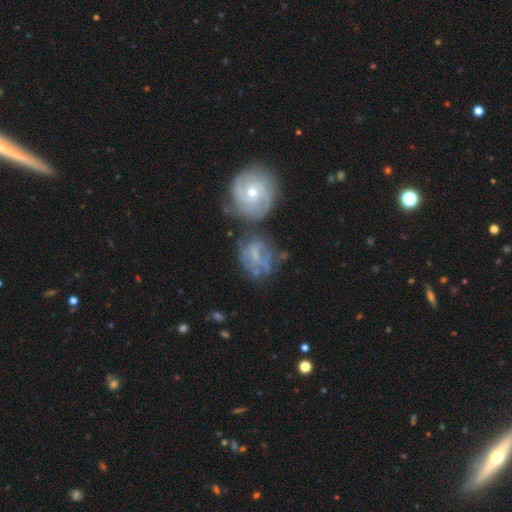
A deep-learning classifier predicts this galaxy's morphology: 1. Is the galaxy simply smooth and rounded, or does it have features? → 69% featured or disk, 21% smooth, 10% star or artifact.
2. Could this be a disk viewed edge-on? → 97% no, 3% yes.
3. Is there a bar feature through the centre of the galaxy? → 50% no, 36% weak, 13% strong.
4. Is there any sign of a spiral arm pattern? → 70% yes, 30% no.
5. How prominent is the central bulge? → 40% small, 31% moderate, 24% none, 2% large, 1% dominant.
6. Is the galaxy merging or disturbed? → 39% none, 24% merger, 19% minor disturbance, 17% major disturbance.